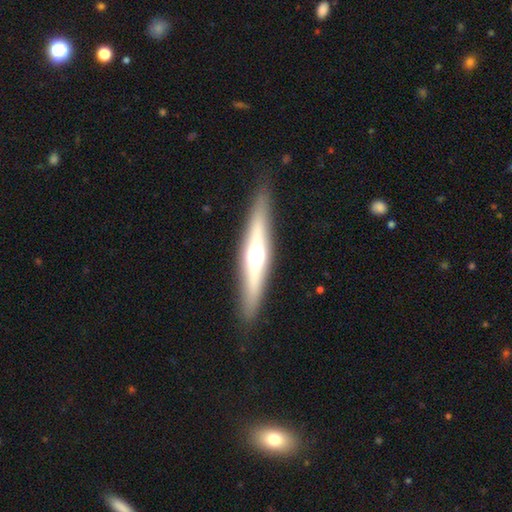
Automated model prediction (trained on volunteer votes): smooth_or_featured: featured or disk (p=0.64) [alt: smooth p=0.29]
disk_edge_on: yes (p=0.94) [alt: no p=0.06]
edge_on_bulge: rounded (p=0.92) [alt: boxy p=0.05]
merging: none (p=0.89) [alt: minor disturbance p=0.08]